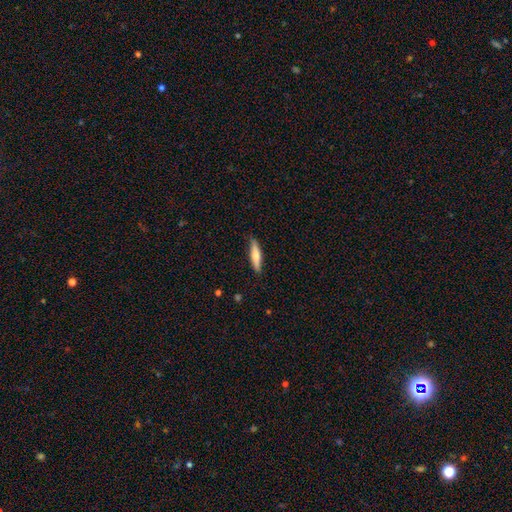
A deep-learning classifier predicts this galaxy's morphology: A smooth galaxy with no disk features (63%) that is cigar-shaped (78%).

Vote fractions:
- Smooth or featured? smooth: 63% / featured or disk: 31% / star or artifact: 6%
- How rounded? cigar-shaped: 78% / in between: 21% / round: 2%
- Merging? none: 86% / minor disturbance: 11% / major disturbance: 2% / merger: 1%